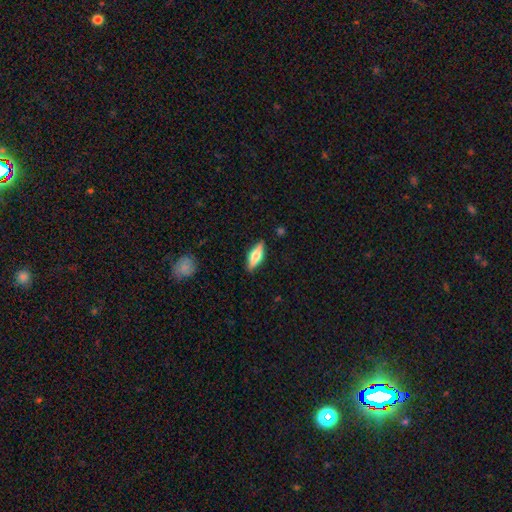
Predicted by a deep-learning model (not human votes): Smooth or featured?
  - smooth: 49% *
  - featured or disk: 45%
  - star or artifact: 6%
Merging?
  - none: 87% *
  - minor disturbance: 10%
  - major disturbance: 2%
  - merger: 1%